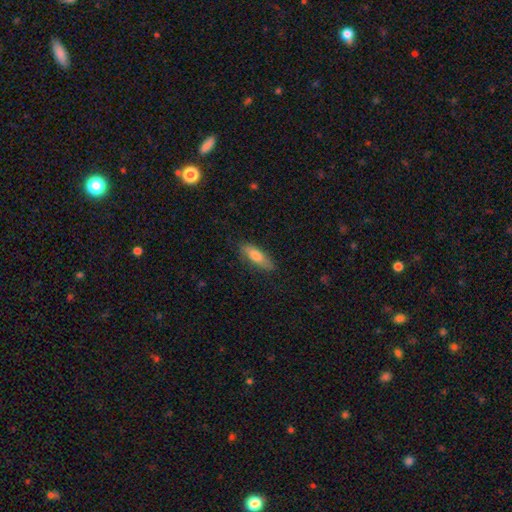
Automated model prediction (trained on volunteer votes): This appears to be a smooth galaxy with no disk features (73%) that is in between round and cigar-shaped (50%). Merging: none (83%).